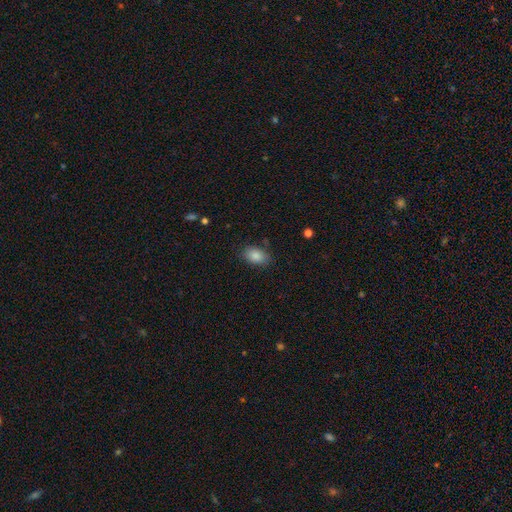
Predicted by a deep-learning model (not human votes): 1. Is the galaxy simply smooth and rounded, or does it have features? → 87% smooth, 8% star or artifact, 5% featured or disk.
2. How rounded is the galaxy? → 85% in between, 14% round, 1% cigar-shaped.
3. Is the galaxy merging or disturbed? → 81% none, 14% minor disturbance, 3% major disturbance, 2% merger.